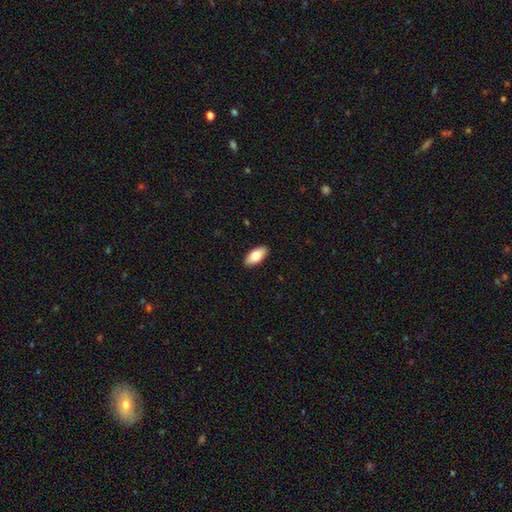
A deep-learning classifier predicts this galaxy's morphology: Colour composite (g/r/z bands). It shows a smooth galaxy with no disk features (79%) that is in between round and cigar-shaped (92%). Merging: none (91%).